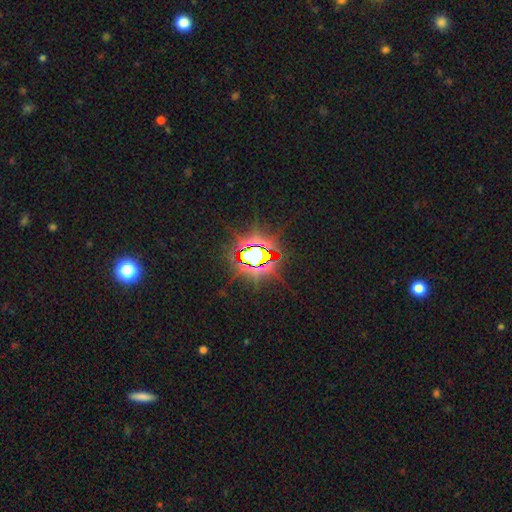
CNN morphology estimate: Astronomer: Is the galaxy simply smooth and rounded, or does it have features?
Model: star or artifact — 82%.